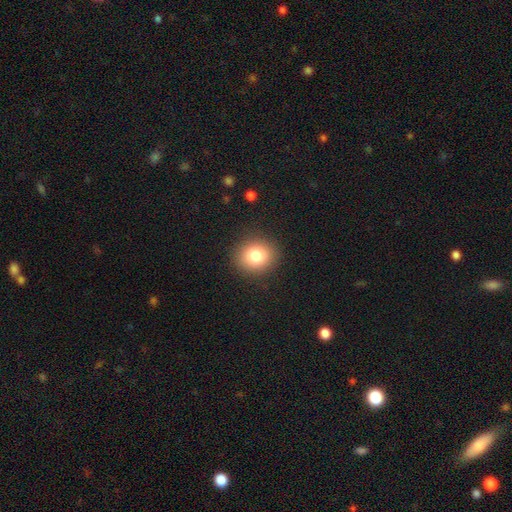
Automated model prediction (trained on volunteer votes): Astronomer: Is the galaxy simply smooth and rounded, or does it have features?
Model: smooth — 82%.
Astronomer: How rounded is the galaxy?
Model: round — 75%.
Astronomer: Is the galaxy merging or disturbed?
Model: none — 89%.